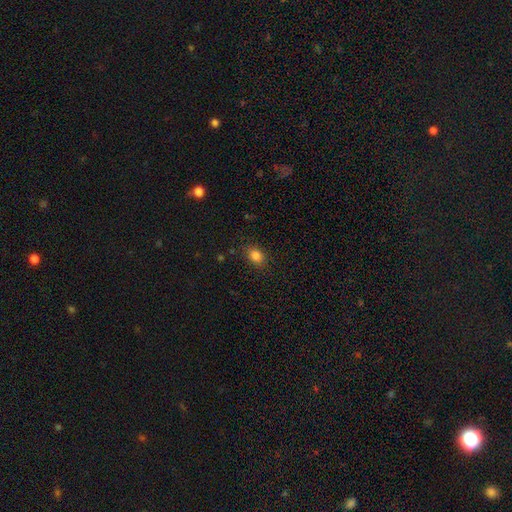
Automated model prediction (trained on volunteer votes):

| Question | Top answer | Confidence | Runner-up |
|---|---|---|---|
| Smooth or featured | smooth | 83% | star or artifact (11%) |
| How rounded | in between | 59% | round (40%) |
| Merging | none | 85% | minor disturbance (11%) |